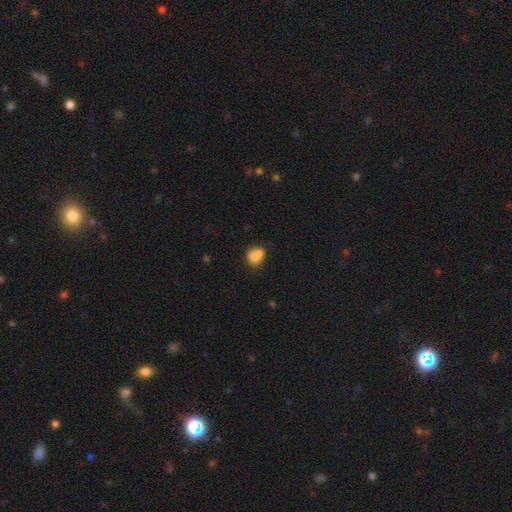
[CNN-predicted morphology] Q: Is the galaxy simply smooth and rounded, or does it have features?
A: smooth — 78%.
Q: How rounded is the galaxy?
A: in between — 50%.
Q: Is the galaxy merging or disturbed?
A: merger — 39%.